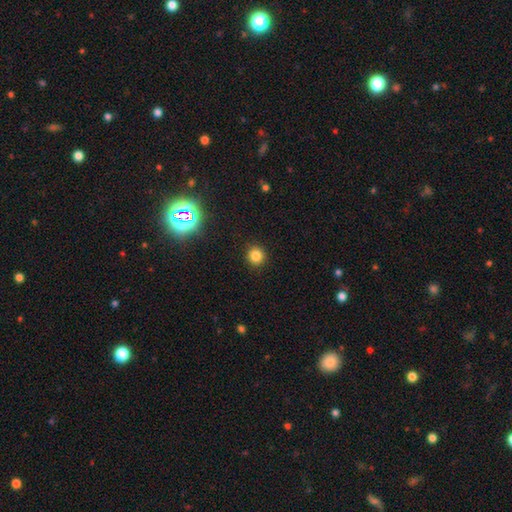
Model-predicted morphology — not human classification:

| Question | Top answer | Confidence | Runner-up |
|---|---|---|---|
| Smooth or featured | smooth | 81% | star or artifact (15%) |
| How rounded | round | 93% | in between (6%) |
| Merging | none | 92% | minor disturbance (5%) |